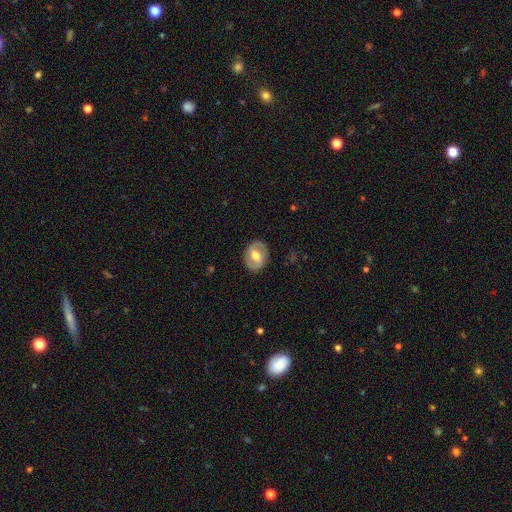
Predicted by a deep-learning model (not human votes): featured or disk 67%, smooth 28%, star or artifact 6%. Down the decision tree: edge-on disk — no (96%); bar — weak (44%); spiral arms — yes (75%); bulge size — moderate (68%); merging — none (86%).